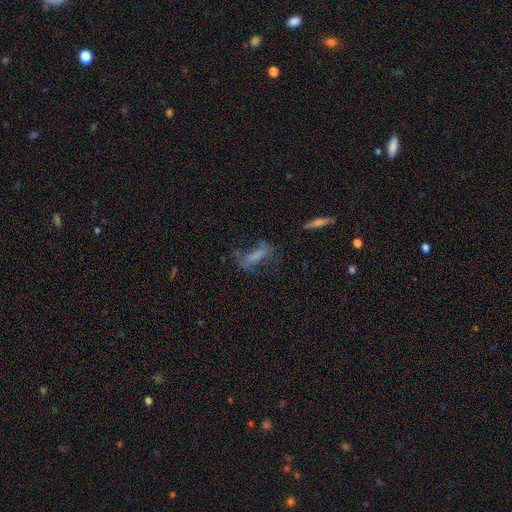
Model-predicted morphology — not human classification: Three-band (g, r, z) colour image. It shows a smooth galaxy with no disk features (53%) that is cigar-shaped (59%). Merging: none (44%).